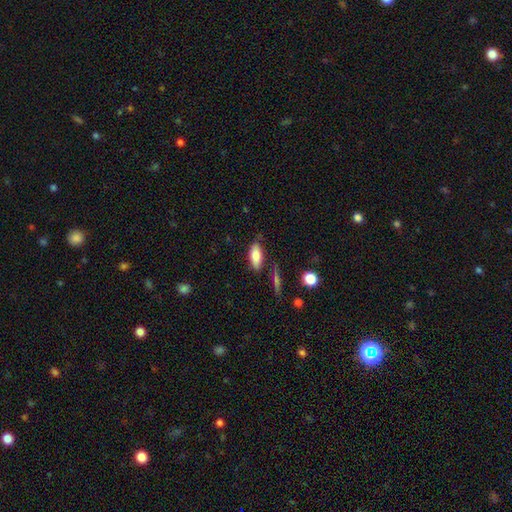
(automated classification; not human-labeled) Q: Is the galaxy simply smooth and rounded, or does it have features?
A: smooth — 80%.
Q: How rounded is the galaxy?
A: in between — 82%.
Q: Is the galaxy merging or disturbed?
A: none — 76%.